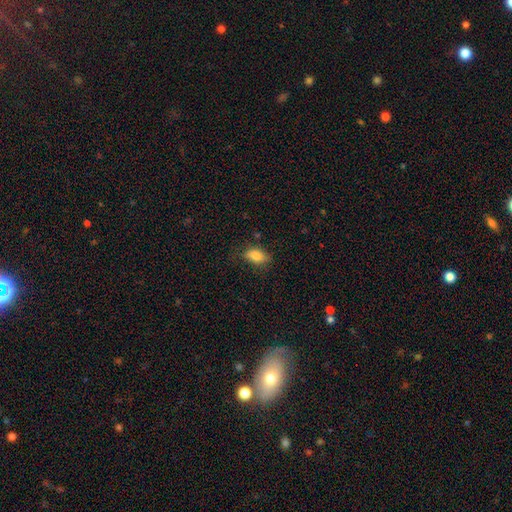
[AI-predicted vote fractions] A smooth galaxy with no disk features (84%) that is in between round and cigar-shaped (87%).

Vote fractions:
- Smooth or featured? smooth: 84% / star or artifact: 8% / featured or disk: 8%
- How rounded? in between: 87% / round: 10% / cigar-shaped: 3%
- Merging? none: 72% / minor disturbance: 21% / major disturbance: 6% / merger: 2%